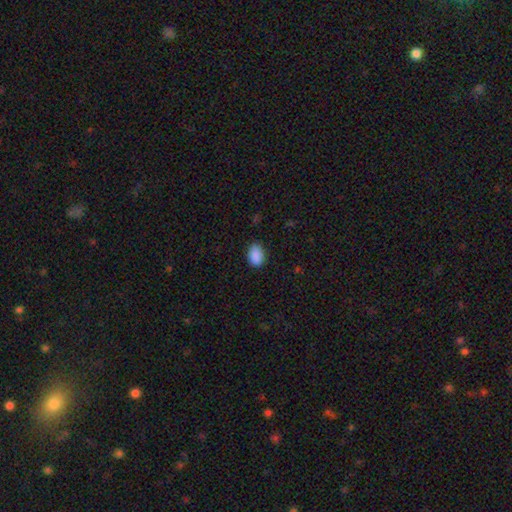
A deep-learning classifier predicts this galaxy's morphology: smooth_or_featured: smooth (p=0.90) [alt: star or artifact p=0.08]
how_rounded: in between (p=0.86) [alt: round p=0.13]
merging: none (p=0.83) [alt: minor disturbance p=0.13]